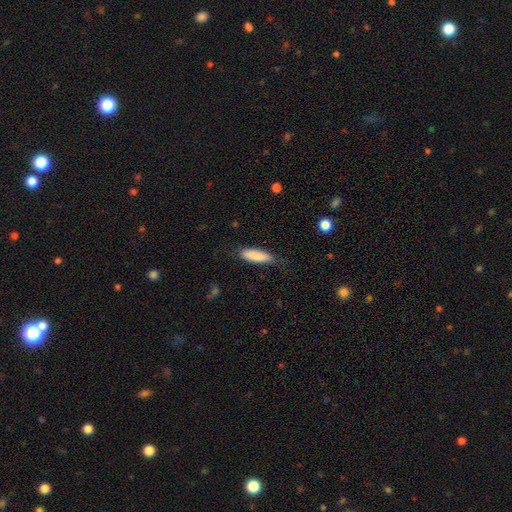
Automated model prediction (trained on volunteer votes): smooth_or_featured: smooth (p=0.85) [alt: featured or disk p=0.09]
how_rounded: cigar-shaped (p=0.56) [alt: in between p=0.42]
merging: none (p=0.73) [alt: minor disturbance p=0.21]